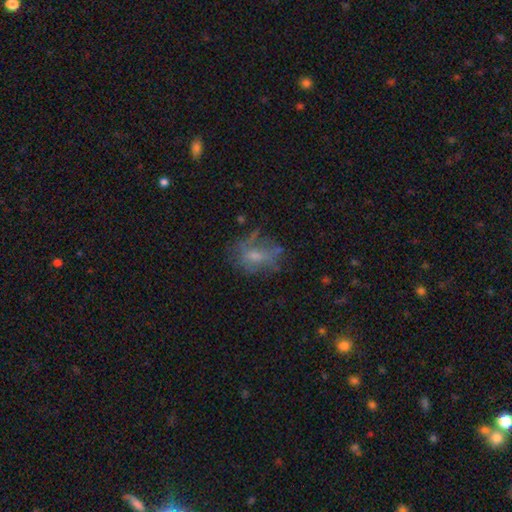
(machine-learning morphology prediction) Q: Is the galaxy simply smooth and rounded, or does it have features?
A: smooth — 45%.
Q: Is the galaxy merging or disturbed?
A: none — 50%.